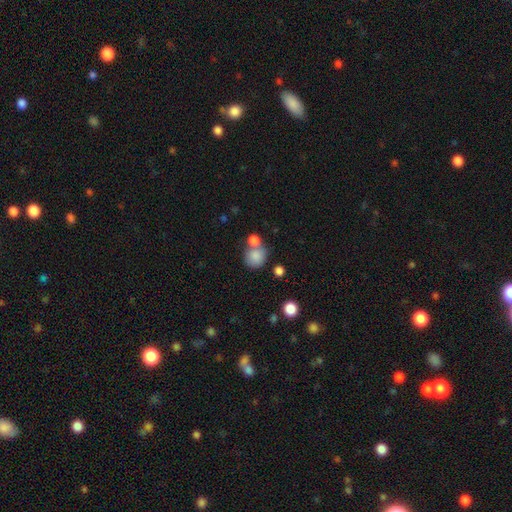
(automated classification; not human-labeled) Smooth or featured? smooth (82%)
How rounded? round (83%)
Merging? none (50%)